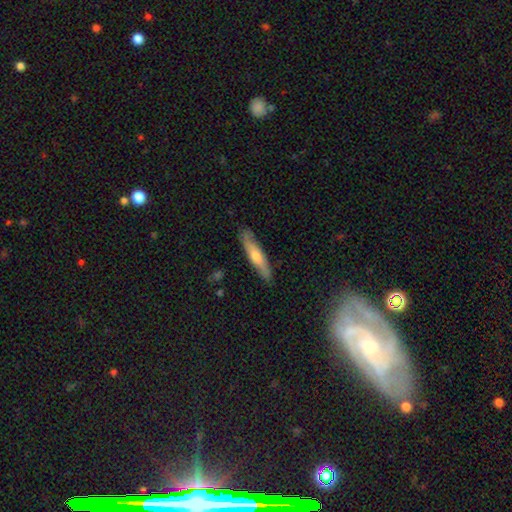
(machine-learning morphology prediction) smooth 55%, featured or disk 40%, star or artifact 6%. Down the decision tree: how rounded — cigar-shaped (85%); merging — none (84%).